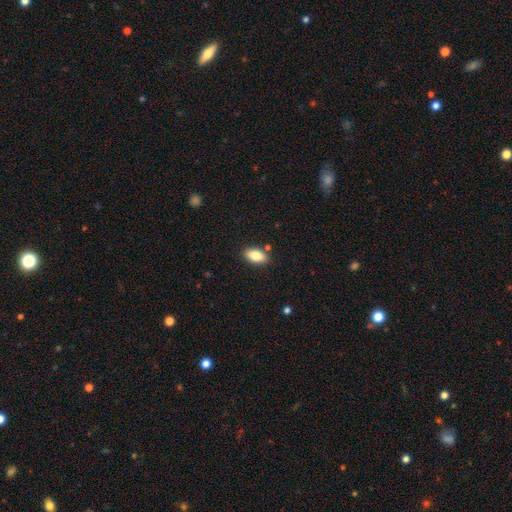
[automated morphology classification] The model was most divided on "smooth or featured": smooth: 82%, featured or disk: 11%, star or artifact: 7%. More confident: how rounded — in between (91%); merging — none (84%).